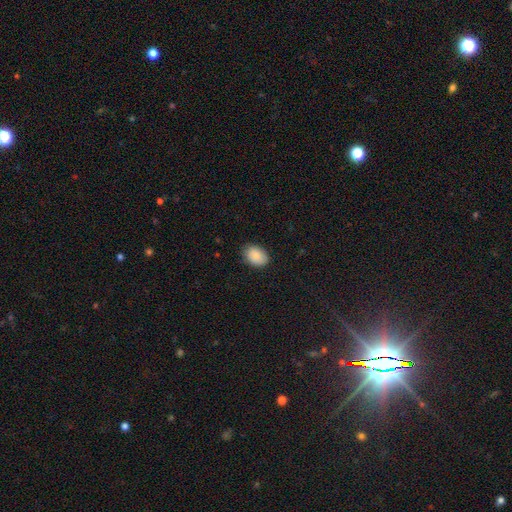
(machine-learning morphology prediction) Q: Smooth or featured?
A: smooth (87%); runner-up: star or artifact (7%)
Q: How rounded?
A: in between (78%); runner-up: round (21%)
Q: Merging?
A: none (84%); runner-up: minor disturbance (13%)